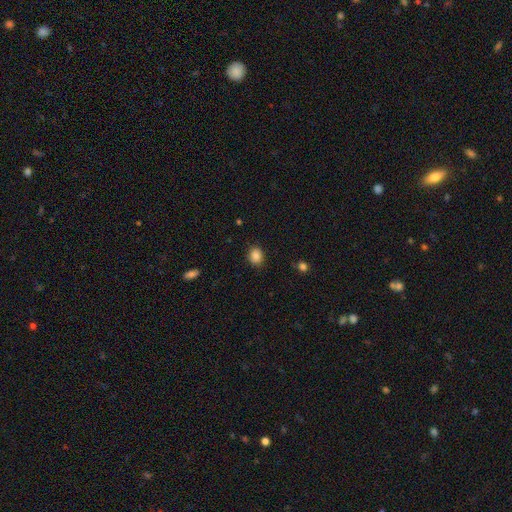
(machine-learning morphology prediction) Q: Smooth or featured?
A: smooth (86%); runner-up: star or artifact (10%)
Q: How rounded?
A: round (52%); runner-up: in between (47%)
Q: Merging?
A: none (88%); runner-up: minor disturbance (8%)